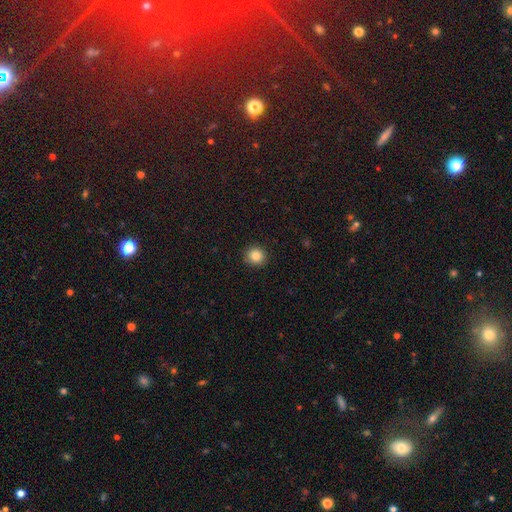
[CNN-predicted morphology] smooth_or_featured: smooth (p=0.84) [alt: star or artifact p=0.10]
how_rounded: round (p=0.90) [alt: in between p=0.09]
merging: none (p=0.91) [alt: minor disturbance p=0.07]